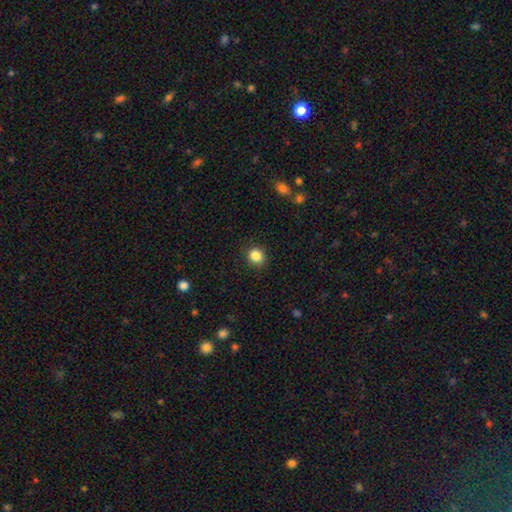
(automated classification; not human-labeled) Q: Smooth or featured?
A: smooth (86%); runner-up: star or artifact (10%)
Q: How rounded?
A: round (82%); runner-up: in between (17%)
Q: Merging?
A: none (89%); runner-up: minor disturbance (7%)